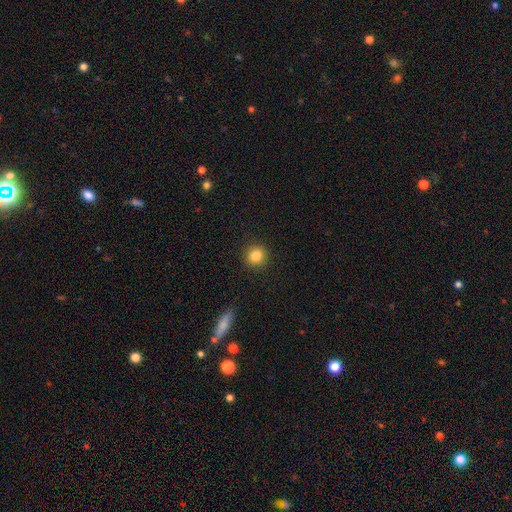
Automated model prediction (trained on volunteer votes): smooth_or_featured: smooth (p=0.84) [alt: star or artifact p=0.10]
how_rounded: round (p=0.91) [alt: in between p=0.08]
merging: none (p=0.91) [alt: minor disturbance p=0.06]